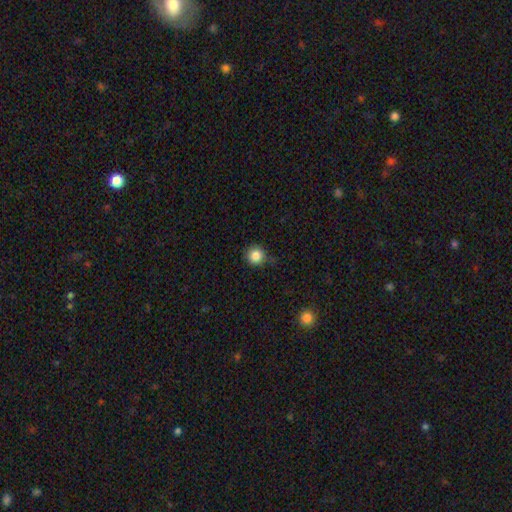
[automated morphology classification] Smooth or featured? smooth (85%)
How rounded? round (94%)
Merging? none (83%)